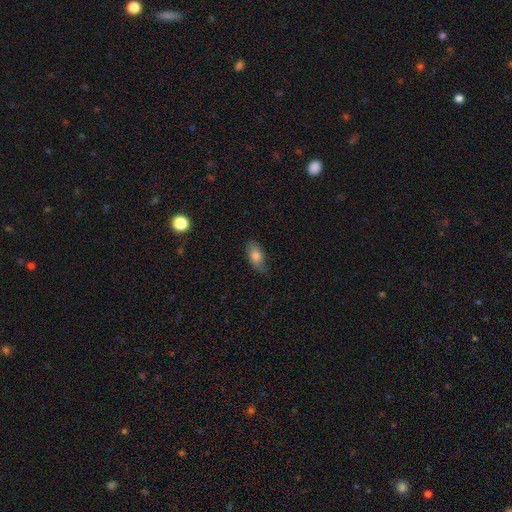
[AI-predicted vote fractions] A smooth galaxy with no disk features (79%) that is in between round and cigar-shaped (89%).

Vote fractions:
- Smooth or featured? smooth: 79% / featured or disk: 13% / star or artifact: 7%
- How rounded? in between: 89% / cigar-shaped: 6% / round: 4%
- Merging? none: 72% / minor disturbance: 22% / major disturbance: 4% / merger: 1%